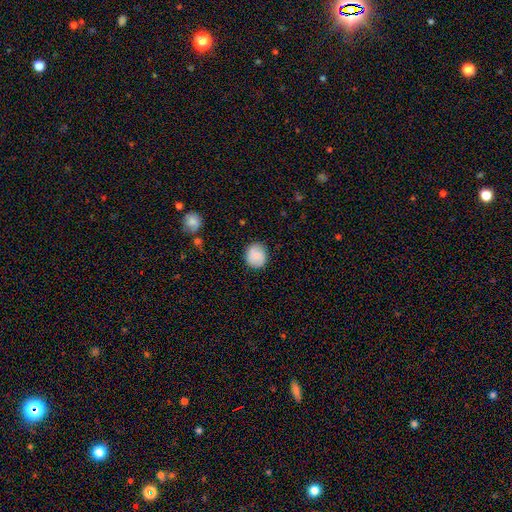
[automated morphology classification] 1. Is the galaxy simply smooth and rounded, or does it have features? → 77% smooth, 15% featured or disk, 8% star or artifact.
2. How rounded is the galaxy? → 82% round, 17% in between, 1% cigar-shaped.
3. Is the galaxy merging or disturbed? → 83% none, 12% minor disturbance, 3% major disturbance, 1% merger.